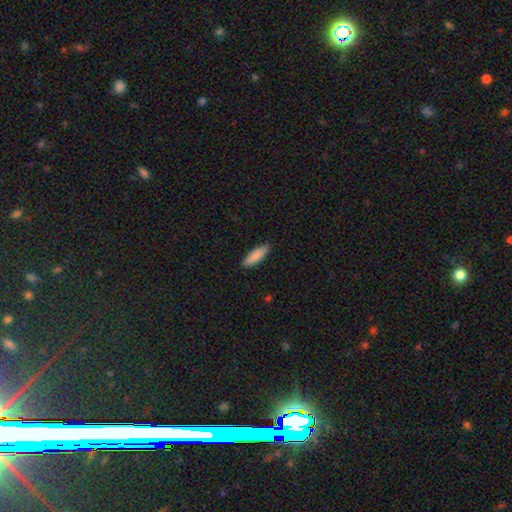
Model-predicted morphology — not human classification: Smooth or featured? Predicted: smooth (p=0.88). How rounded? Predicted: cigar-shaped (p=0.50). Merging? Predicted: none (p=0.90).